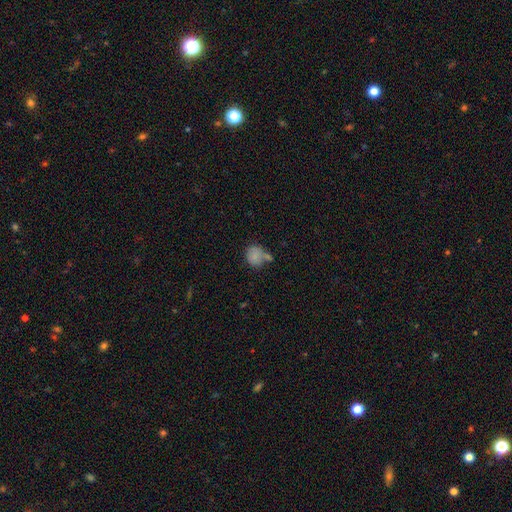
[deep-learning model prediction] Smooth or featured? Predicted: smooth (p=0.81). How rounded? Predicted: round (p=0.66). Merging? Predicted: none (p=0.44).